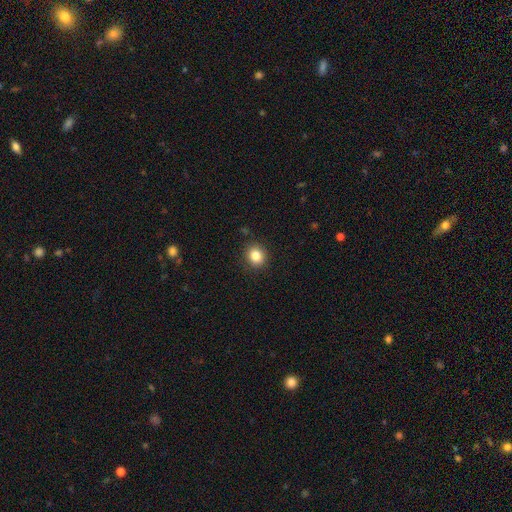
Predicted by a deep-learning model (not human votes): smooth_or_featured: smooth (p=0.83) [alt: star or artifact p=0.11]
how_rounded: round (p=0.81) [alt: in between p=0.18]
merging: none (p=0.89) [alt: minor disturbance p=0.07]